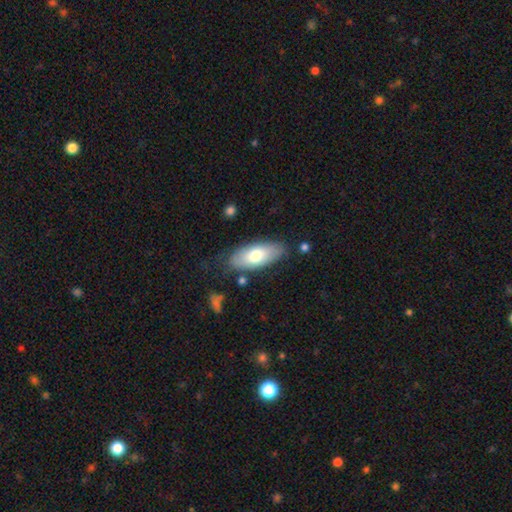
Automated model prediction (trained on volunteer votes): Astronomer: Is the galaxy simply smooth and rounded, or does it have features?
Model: smooth — 70%.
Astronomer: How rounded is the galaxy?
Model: in between — 85%.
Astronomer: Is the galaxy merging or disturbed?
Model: none — 79%.